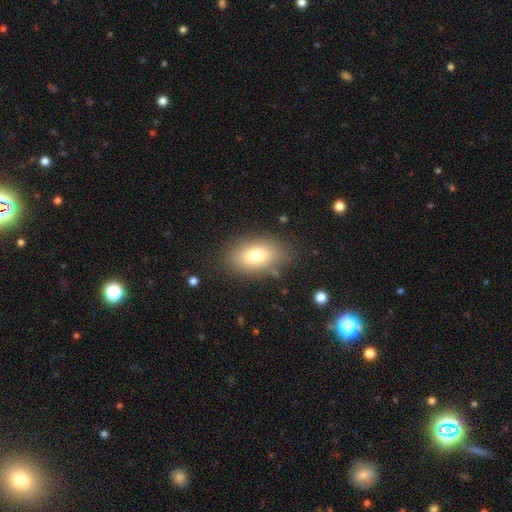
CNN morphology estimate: Smooth or featured?
  - smooth: 76% *
  - featured or disk: 14%
  - star or artifact: 10%
How rounded?
  - in between: 88% *
  - round: 10%
  - cigar-shaped: 2%
Merging?
  - none: 82% *
  - minor disturbance: 12%
  - major disturbance: 4%
  - merger: 2%